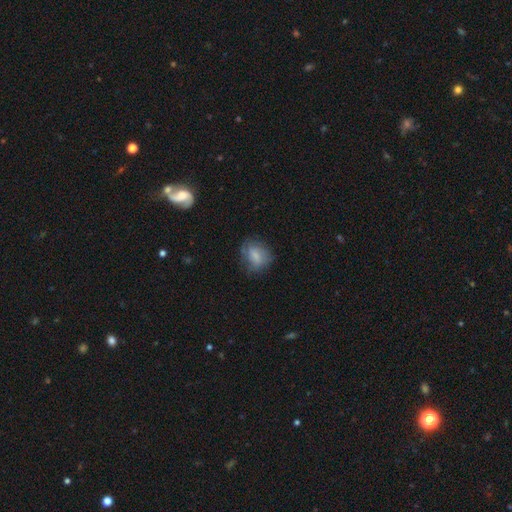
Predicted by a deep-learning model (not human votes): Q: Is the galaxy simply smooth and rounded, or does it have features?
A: smooth — 69%.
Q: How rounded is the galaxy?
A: round — 52%.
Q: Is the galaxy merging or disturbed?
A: none — 63%.